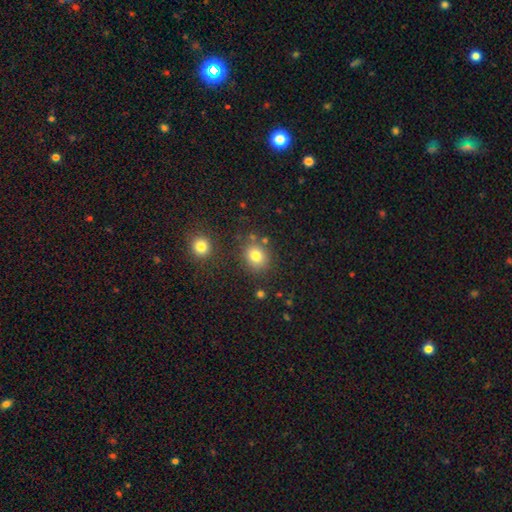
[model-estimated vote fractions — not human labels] Smooth or featured: smooth — 80% (star or artifact — 13%)
How rounded: round — 73% (in between — 26%)
Merging: none — 78% (minor disturbance — 11%)